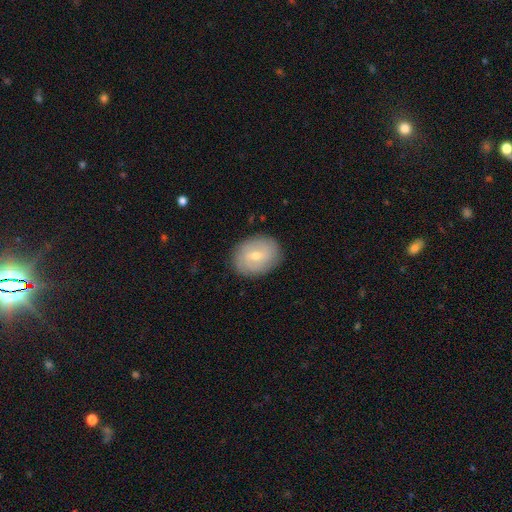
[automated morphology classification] type=featured or disk (57%); edge-on=no (95%); bar=no (46%); spiral arms=yes (72%); bulge=moderate (49%); merging=none (86%).